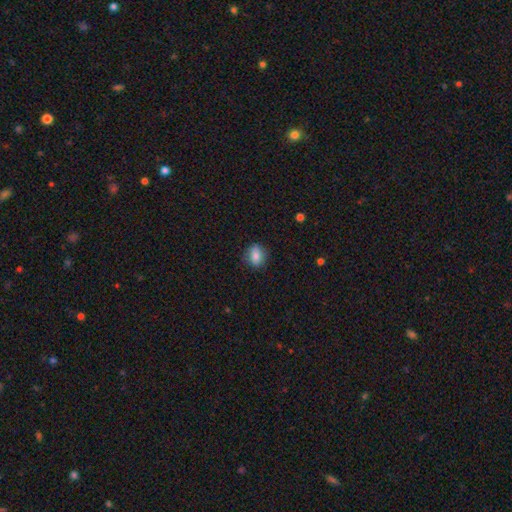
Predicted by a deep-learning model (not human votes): Smooth or featured: smooth — 79% (featured or disk — 12%)
How rounded: in between — 60% (round — 37%)
Merging: none — 79% (minor disturbance — 16%)